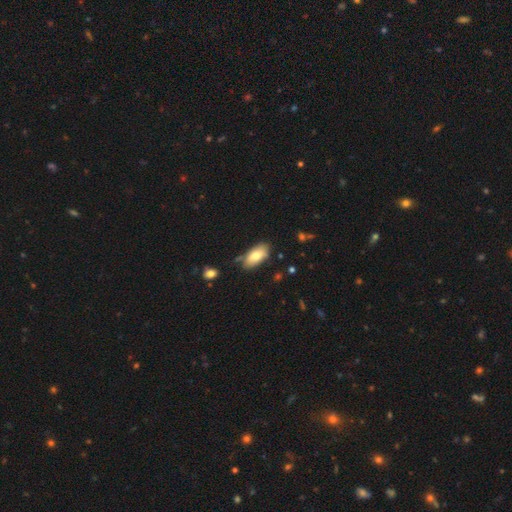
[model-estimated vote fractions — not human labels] A smooth galaxy with no disk features (77%) that is in between round and cigar-shaped (91%).

Vote fractions:
- Smooth or featured? smooth: 77% / featured or disk: 17% / star or artifact: 7%
- How rounded? in between: 91% / cigar-shaped: 7% / round: 2%
- Merging? none: 71% / minor disturbance: 21% / merger: 5% / major disturbance: 4%